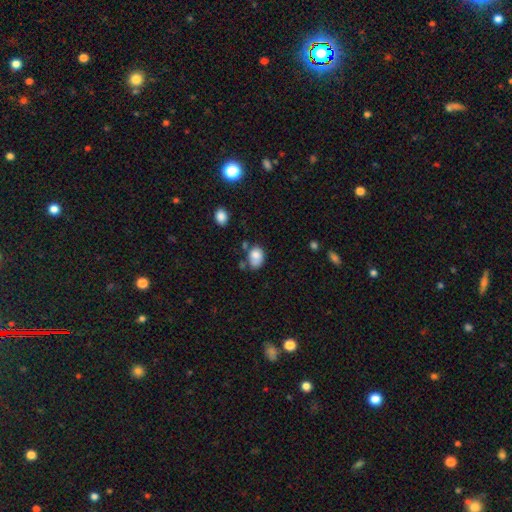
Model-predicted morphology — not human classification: Smooth or featured? smooth (80%)
How rounded? in between (73%)
Merging? none (45%)